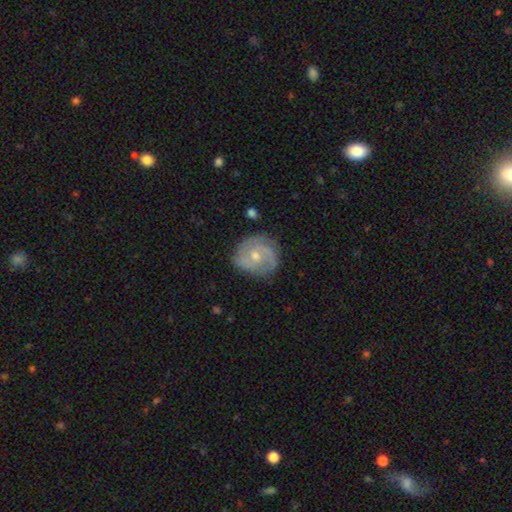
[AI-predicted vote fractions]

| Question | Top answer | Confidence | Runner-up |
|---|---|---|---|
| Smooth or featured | featured or disk | 74% | smooth (20%) |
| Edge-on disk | no | 98% | yes (2%) |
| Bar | no | 69% | weak (27%) |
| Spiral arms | yes | 92% | no (8%) |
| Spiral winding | tight | 48% | medium (40%) |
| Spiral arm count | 2 | 47% | 3 (23%) |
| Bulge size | moderate | 53% | small (43%) |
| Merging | none | 72% | minor disturbance (20%) |